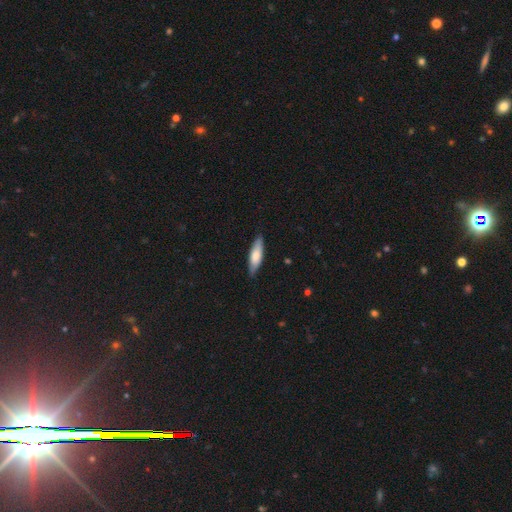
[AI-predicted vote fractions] The model was most divided on "how rounded": cigar-shaped: 56%, in between: 42%, round: 2%. More confident: merging — none (83%); smooth or featured — smooth (70%).